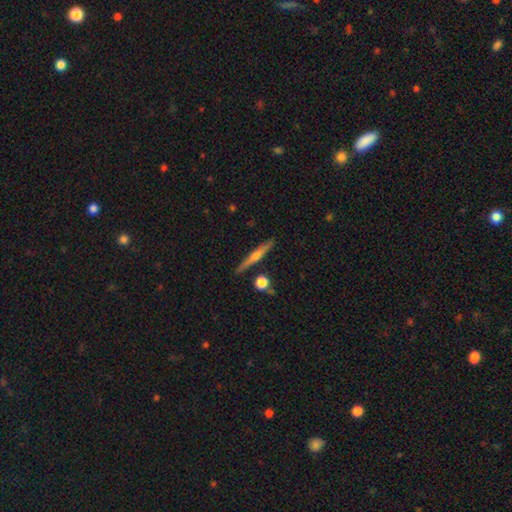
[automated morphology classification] Smooth or featured? Predicted: featured or disk (p=0.58). Edge-on disk? Predicted: yes (p=0.97). Edge-on bulge? Predicted: rounded (p=0.76). Merging? Predicted: none (p=0.86).